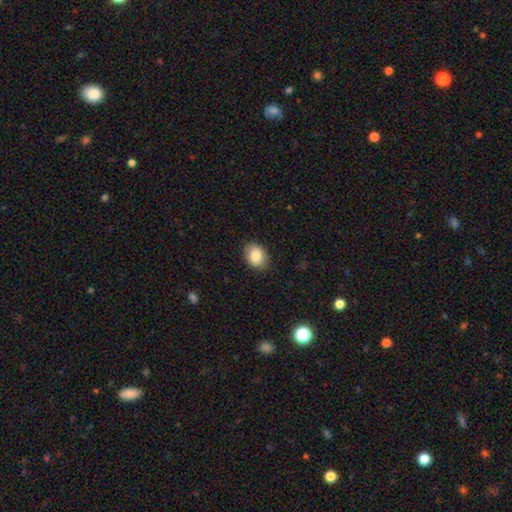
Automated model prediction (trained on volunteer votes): Smooth or featured? Predicted: smooth (p=0.85). How rounded? Predicted: in between (p=0.67). Merging? Predicted: none (p=0.87).